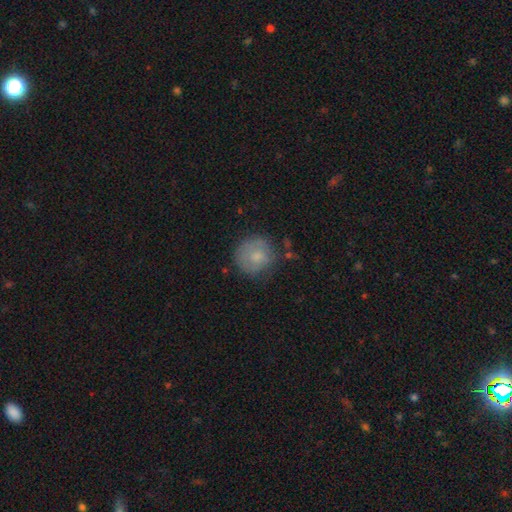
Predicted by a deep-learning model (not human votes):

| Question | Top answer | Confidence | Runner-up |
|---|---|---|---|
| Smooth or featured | smooth | 68% | featured or disk (24%) |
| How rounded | round | 88% | in between (11%) |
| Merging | none | 66% | minor disturbance (23%) |